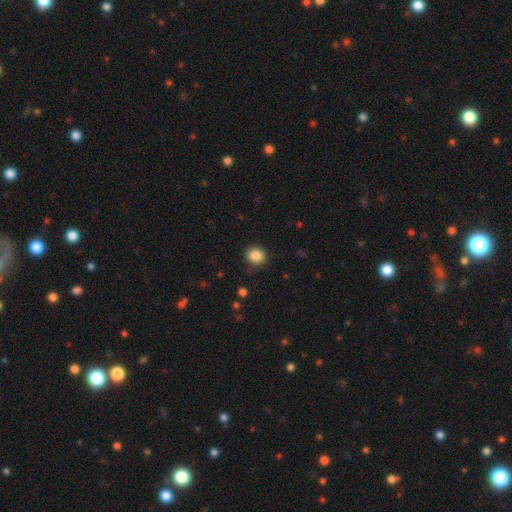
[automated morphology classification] smooth_or_featured: smooth (p=0.87) [alt: star or artifact p=0.09]
how_rounded: round (p=0.78) [alt: in between p=0.21]
merging: none (p=0.90) [alt: minor disturbance p=0.07]